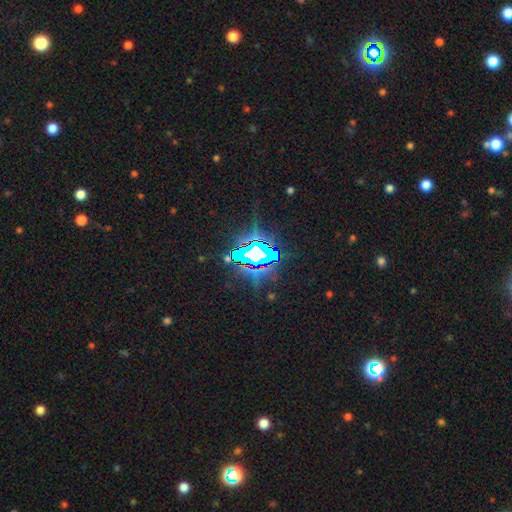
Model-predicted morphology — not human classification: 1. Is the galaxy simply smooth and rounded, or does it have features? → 74% star or artifact, 14% featured or disk, 11% smooth.